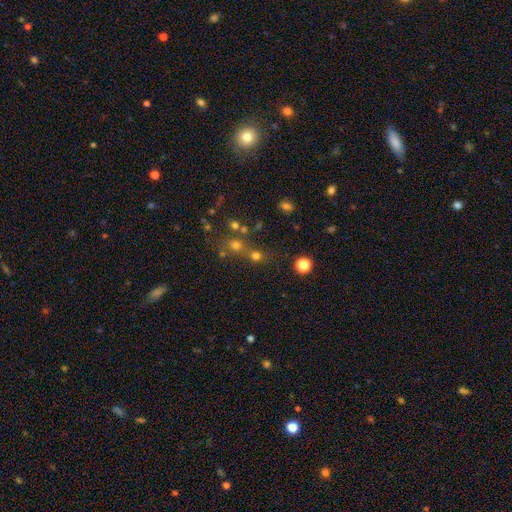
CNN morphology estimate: Smooth or featured? Predicted: smooth (p=0.59). How rounded? Predicted: round (p=0.86). Merging? Predicted: none (p=0.55).